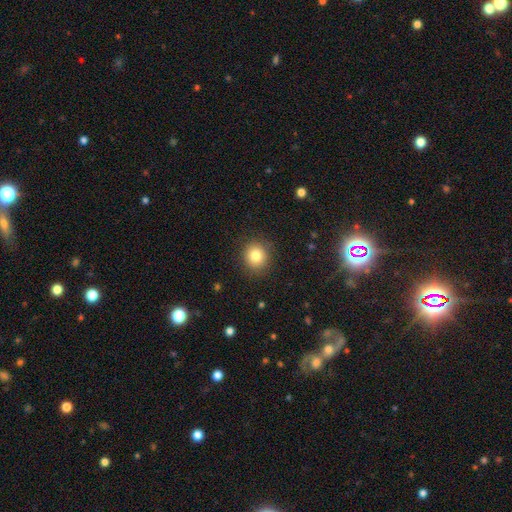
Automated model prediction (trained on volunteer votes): Q: Smooth or featured?
A: smooth (82%); runner-up: star or artifact (11%)
Q: How rounded?
A: round (84%); runner-up: in between (15%)
Q: Merging?
A: none (89%); runner-up: minor disturbance (8%)